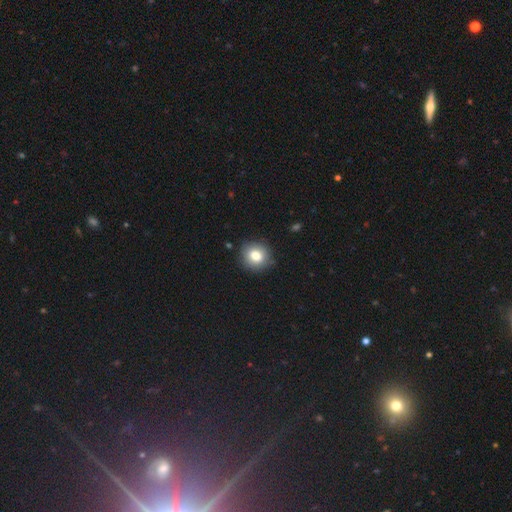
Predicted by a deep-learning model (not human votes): Overall: smooth (81%). How rounded: round (81%). Merging: none (86%).